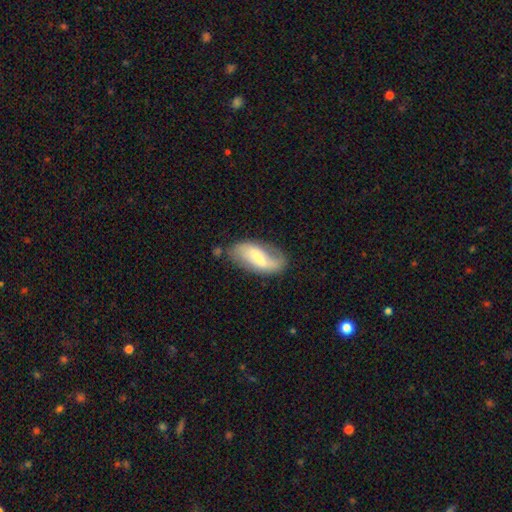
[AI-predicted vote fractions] smooth-or-featured: featured or disk: 56% | smooth: 37% | star or artifact: 7%
  disk-edge-on: no: 92% | yes: 8%
    bar: weak: 43% | strong: 36% | no: 21%
    has-spiral-arms: yes: 83% | no: 17%
    bulge-size: moderate: 37% | small: 34% | none: 14% | large: 12% | dominant: 2%
  merging: none: 66% | minor disturbance: 23% | major disturbance: 7% | merger: 4%